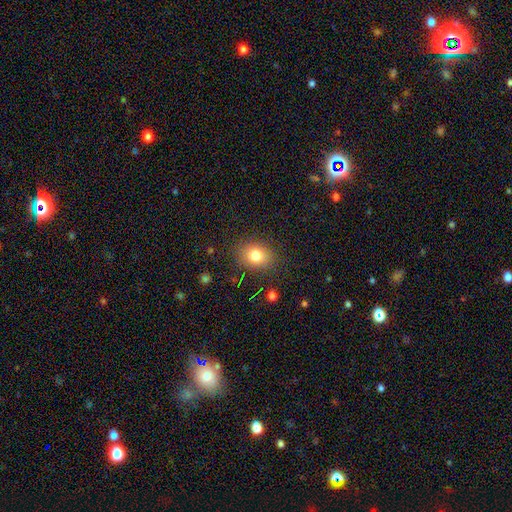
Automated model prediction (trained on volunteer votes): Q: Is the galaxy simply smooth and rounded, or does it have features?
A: smooth — 79%.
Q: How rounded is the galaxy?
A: in between — 55%.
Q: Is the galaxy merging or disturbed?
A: none — 86%.